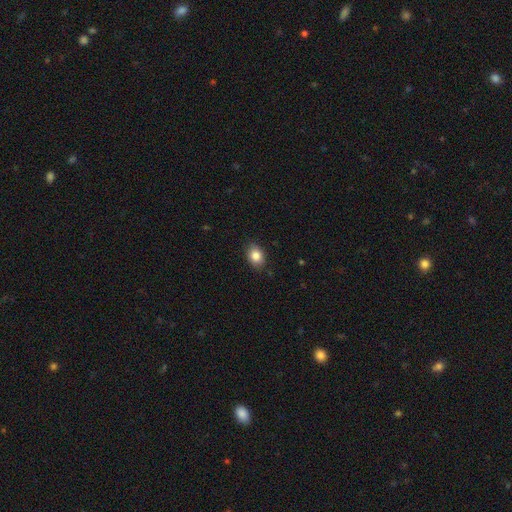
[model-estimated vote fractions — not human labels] Overall: smooth (85%). How rounded: in between (67%; round 32%). Merging: none (86%).